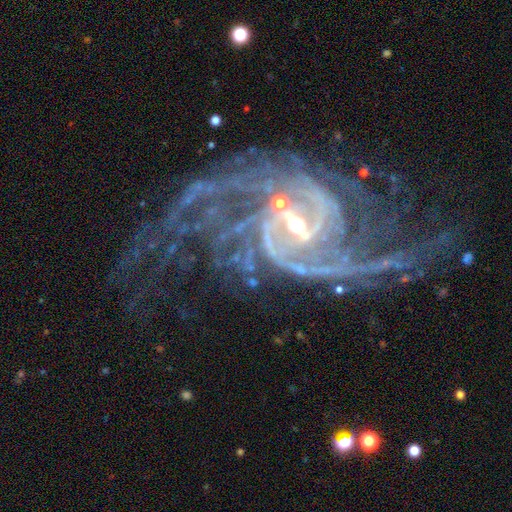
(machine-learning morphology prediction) Smooth or featured: featured or disk — 91% (star or artifact — 6%)
Edge-on disk: no — 97% (yes — 3%)
Bar: weak — 45% (strong — 35%)
Spiral arms: yes — 98% (no — 2%)
Spiral winding: medium — 46% (loose — 31%)
Spiral arm count: 2 — 51% (can't tell — 12%)
Bulge size: small — 64% (moderate — 30%)
Merging: none — 52% (major disturbance — 25%)